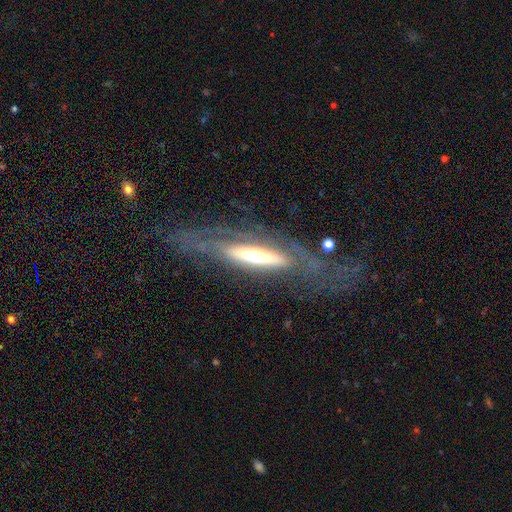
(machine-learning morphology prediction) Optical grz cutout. It shows a featured or disk galaxy (74%) viewed edge-on (60%). Merging: none (56%).